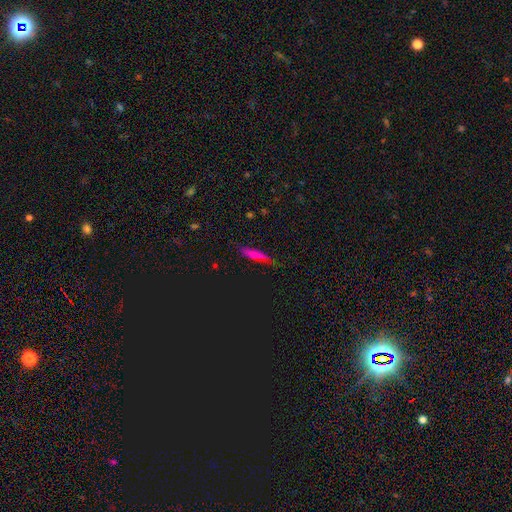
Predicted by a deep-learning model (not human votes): Smooth or featured?
  - smooth: 63% *
  - star or artifact: 21%
  - featured or disk: 16%
How rounded?
  - cigar-shaped: 76% *
  - in between: 21%
  - round: 3%
Merging?
  - none: 72% *
  - minor disturbance: 21%
  - major disturbance: 5%
  - merger: 2%